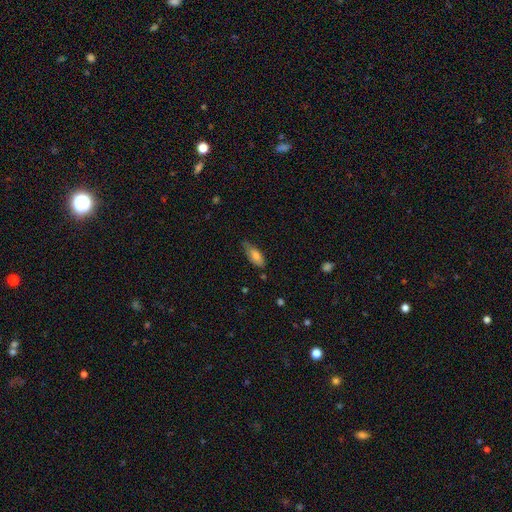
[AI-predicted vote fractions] Morphology: type=smooth (76%); roundness=in between (73%); merging=none (57%).